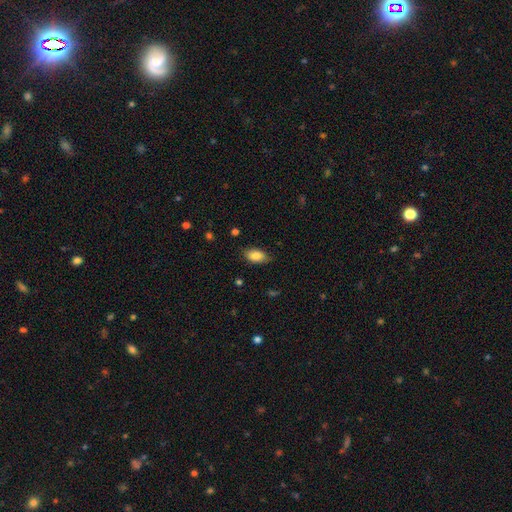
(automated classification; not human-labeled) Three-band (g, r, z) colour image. It shows a smooth galaxy with no disk features (85%) that is in between round and cigar-shaped (91%). Merging: none (79%).